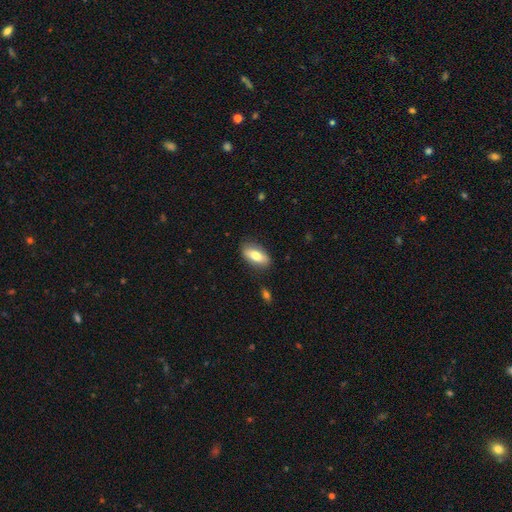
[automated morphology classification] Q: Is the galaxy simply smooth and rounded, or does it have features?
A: smooth — 73%.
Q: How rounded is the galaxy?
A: in between — 86%.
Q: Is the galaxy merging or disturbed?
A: none — 83%.